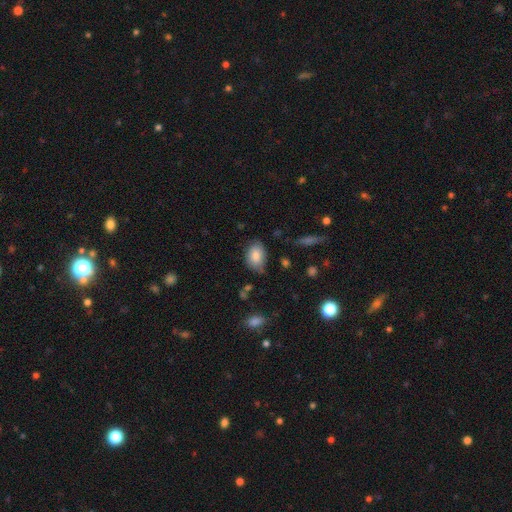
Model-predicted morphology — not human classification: Smooth or featured?
  - smooth: 83% *
  - featured or disk: 9%
  - star or artifact: 8%
How rounded?
  - in between: 82% *
  - round: 17%
  - cigar-shaped: 1%
Merging?
  - none: 72% *
  - minor disturbance: 21%
  - major disturbance: 4%
  - merger: 2%